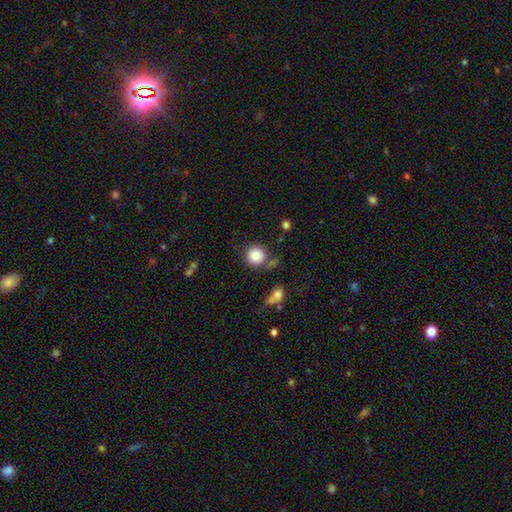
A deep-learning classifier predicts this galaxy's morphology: smooth_or_featured: smooth (p=0.85) [alt: star or artifact p=0.10]
how_rounded: round (p=0.92) [alt: in between p=0.07]
merging: none (p=0.76) [alt: minor disturbance p=0.11]